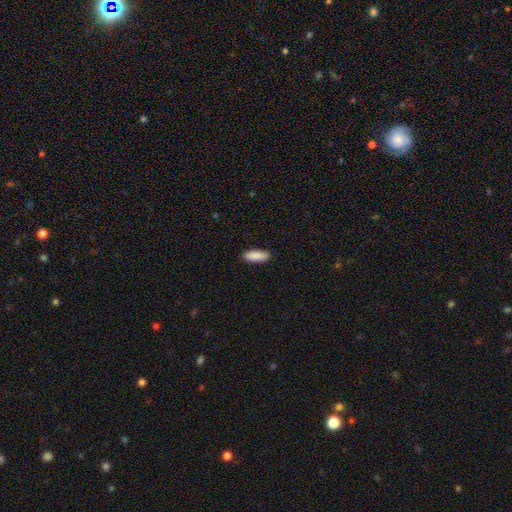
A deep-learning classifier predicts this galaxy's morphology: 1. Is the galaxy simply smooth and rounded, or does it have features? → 91% smooth, 6% star or artifact, 4% featured or disk.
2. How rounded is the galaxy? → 67% in between, 31% cigar-shaped, 2% round.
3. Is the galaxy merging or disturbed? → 91% none, 7% minor disturbance, 2% major disturbance, 1% merger.